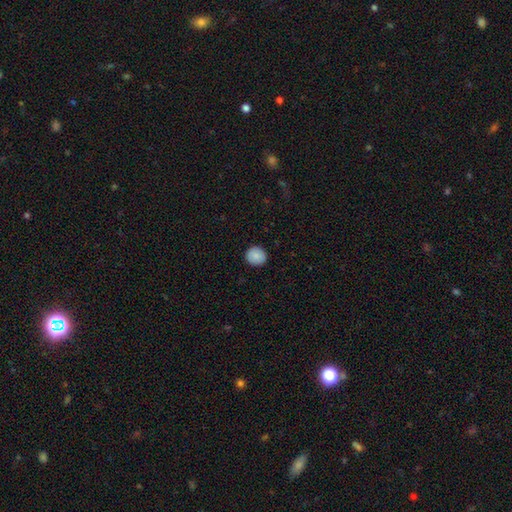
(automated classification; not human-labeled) Smooth or featured? smooth (87%)
How rounded? round (90%)
Merging? none (91%)